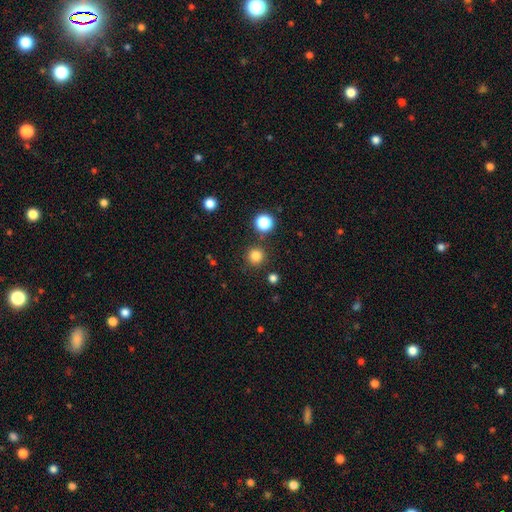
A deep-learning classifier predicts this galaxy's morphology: smooth 81%, star or artifact 15%, featured or disk 4%. Down the decision tree: how rounded — round (95%); merging — none (87%).